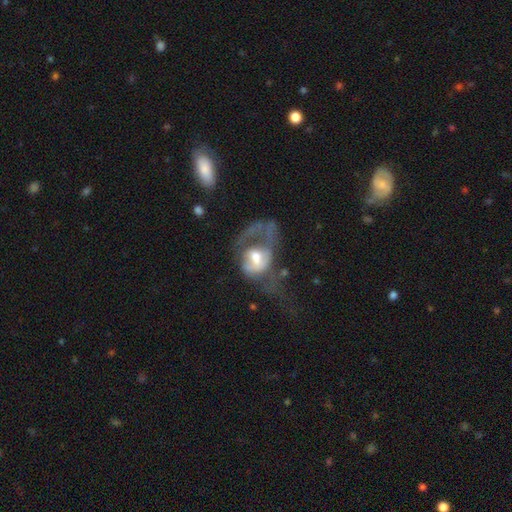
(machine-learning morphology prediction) The model was most divided on "spiral arms": no: 58%, yes: 42%. More confident: edge-on disk — no (95%); merging — major disturbance (65%); bar — no (63%); bulge size — moderate (58%); smooth or featured — featured or disk (56%).